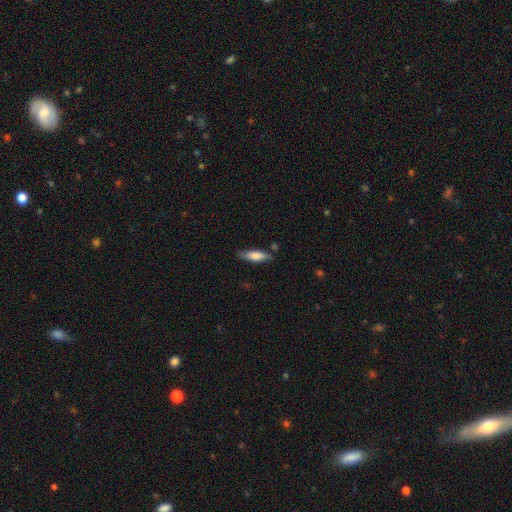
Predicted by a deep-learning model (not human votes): Morphology: type=smooth (73%); roundness=cigar-shaped (54%); merging=none (76%).